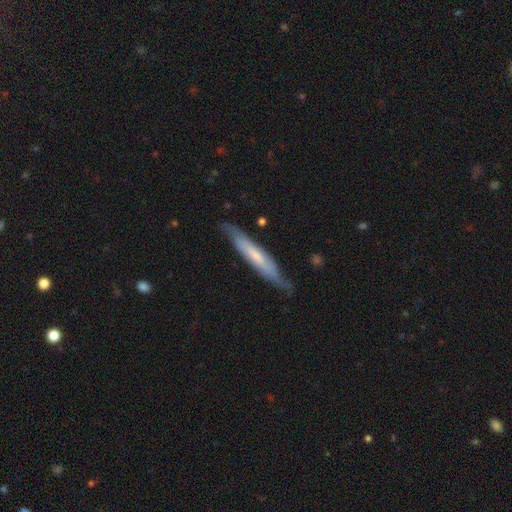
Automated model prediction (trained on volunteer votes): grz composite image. It shows a featured or disk galaxy (52%) viewed edge-on (72%). Merging: none (76%).